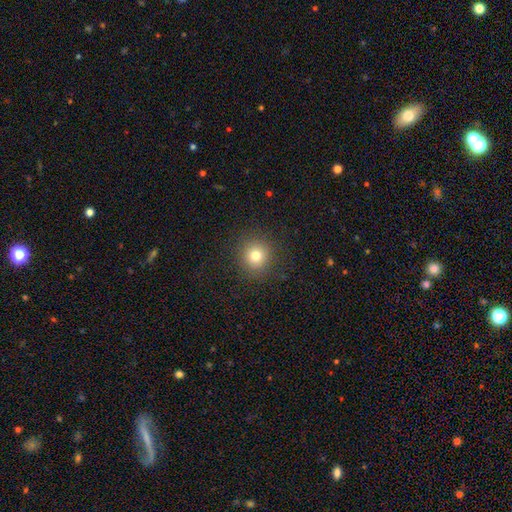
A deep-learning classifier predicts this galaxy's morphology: A smooth galaxy with no disk features (78%) that is round (92%).

Vote fractions:
- Smooth or featured? smooth: 78% / star or artifact: 14% / featured or disk: 9%
- How rounded? round: 92% / in between: 8% / cigar-shaped: 1%
- Merging? none: 90% / minor disturbance: 6% / major disturbance: 3% / merger: 1%